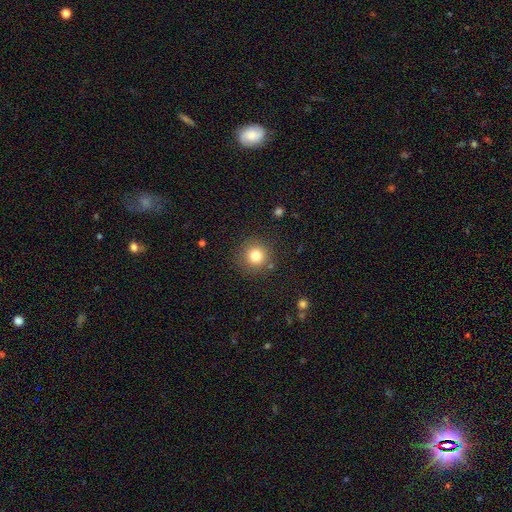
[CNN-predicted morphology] smooth_or_featured: smooth (p=0.80) [alt: star or artifact p=0.12]
how_rounded: round (p=0.94) [alt: in between p=0.05]
merging: none (p=0.87) [alt: minor disturbance p=0.08]